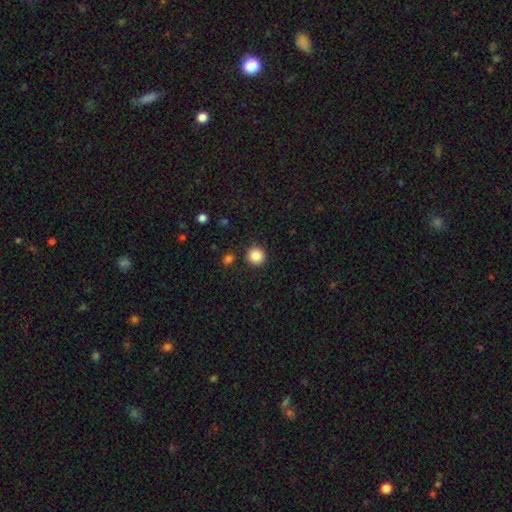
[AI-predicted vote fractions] A smooth galaxy with no disk features (87%) that is round (94%).

Vote fractions:
- Smooth or featured? smooth: 87% / star or artifact: 9% / featured or disk: 4%
- How rounded? round: 94% / in between: 6% / cigar-shaped: 1%
- Merging? none: 90% / minor disturbance: 5% / merger: 2% / major disturbance: 2%